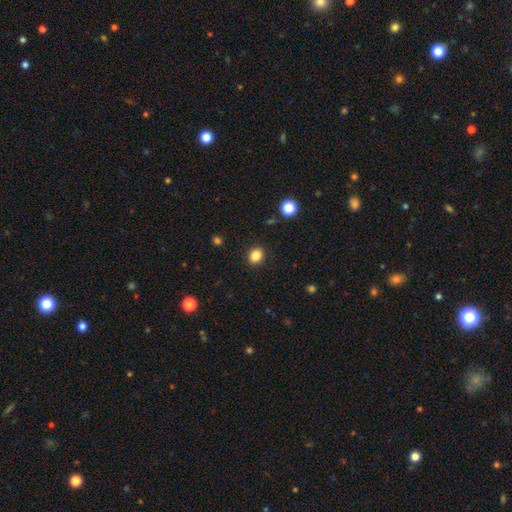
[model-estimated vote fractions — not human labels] smooth-or-featured: smooth: 85% | star or artifact: 11% | featured or disk: 4%
  how-rounded: round: 66% | in between: 33% | cigar-shaped: 1%
  merging: none: 90% | minor disturbance: 6% | major disturbance: 2% | merger: 1%